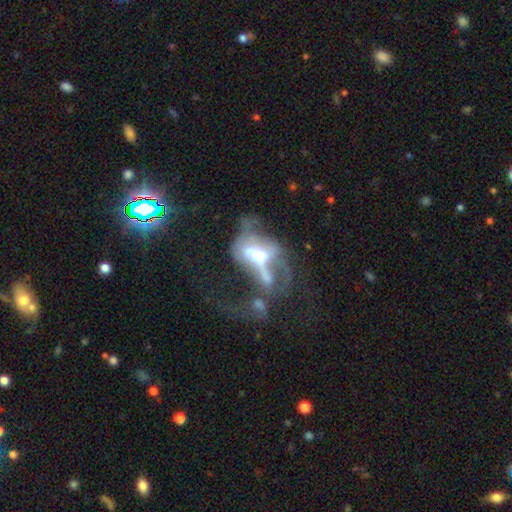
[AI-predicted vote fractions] Morphology: type=featured or disk (62%); edge-on=no (84%); bar=no (56%); spiral arms=no (73%); bulge=moderate (55%); merging=major disturbance (41%).